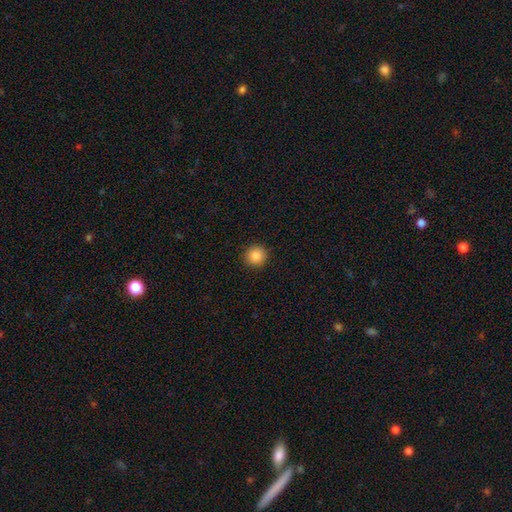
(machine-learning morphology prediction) Overall: smooth (87%). How rounded: round (93%). Merging: none (92%).